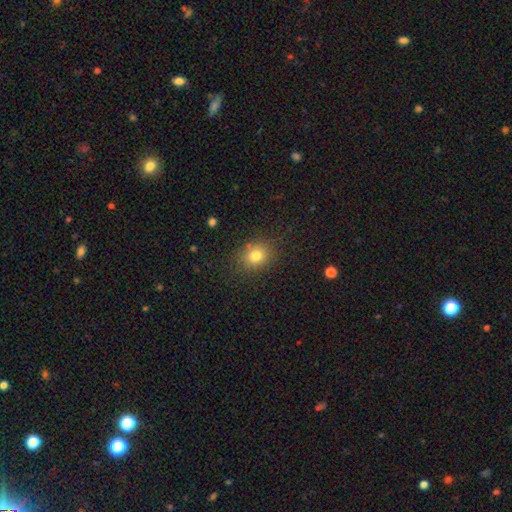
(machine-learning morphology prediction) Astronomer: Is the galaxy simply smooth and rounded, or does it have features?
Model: smooth — 79%.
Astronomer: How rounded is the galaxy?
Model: round — 58% (runner-up: in between, 41%).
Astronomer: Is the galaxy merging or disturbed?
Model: none — 83%.